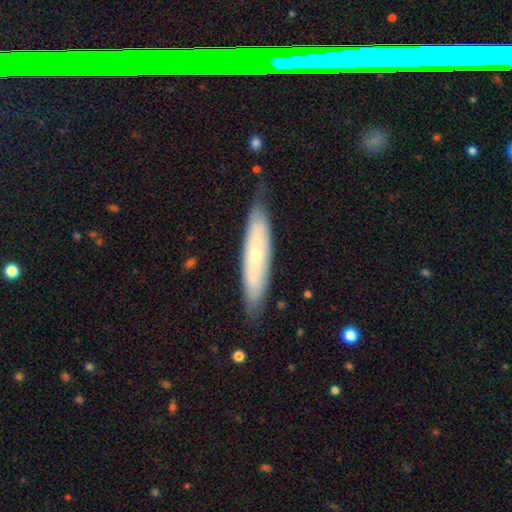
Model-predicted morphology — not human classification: type=featured or disk (49%); merging=none (74%).